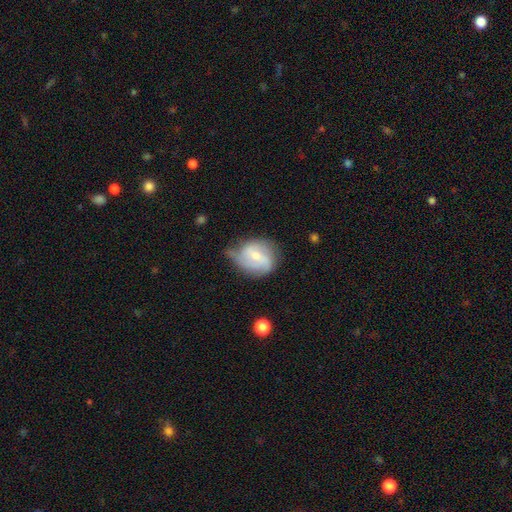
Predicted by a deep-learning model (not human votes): A featured or disk galaxy (62%) with no bar (45%), 2 (45%) medium (42%) spiral arms (84%) and a small central bulge (57%).

Vote fractions:
- Smooth or featured? featured or disk: 62% / smooth: 32% / star or artifact: 7%
- Edge-on disk? no: 97% / yes: 3%
- Bar? no: 45% / weak: 43% / strong: 12%
- Spiral arms? yes: 84% / no: 16%
- Spiral winding? medium: 42% / tight: 31% / loose: 27%
- Spiral arm count? 2: 45% / can't tell: 22% / 3: 21% / 1: 7% / 4: 4% / more than 4: 2%
- Bulge size? small: 57% / moderate: 39% / none: 2% / large: 2% / dominant: 1%
- Merging? none: 42% / minor disturbance: 38% / major disturbance: 17% / merger: 4%